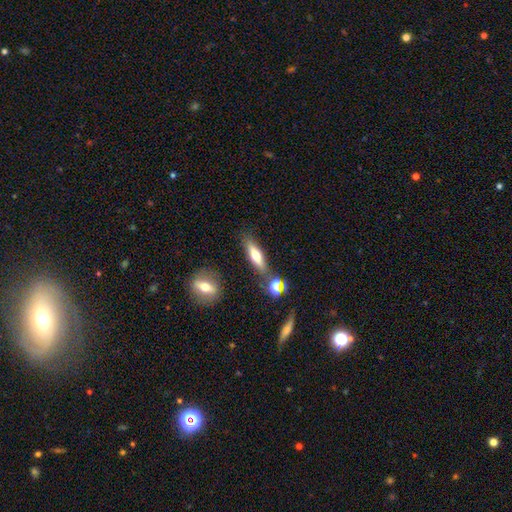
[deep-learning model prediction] Smooth or featured? Predicted: smooth (p=0.57). How rounded? Predicted: cigar-shaped (p=0.61). Merging? Predicted: none (p=0.75).